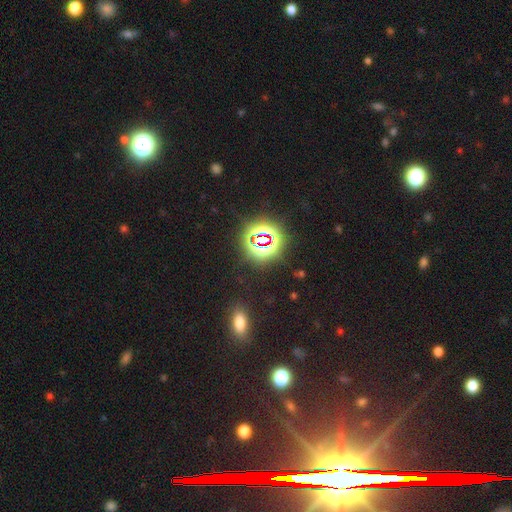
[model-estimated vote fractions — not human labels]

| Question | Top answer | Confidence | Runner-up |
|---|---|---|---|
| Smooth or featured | star or artifact | 71% | smooth (21%) |